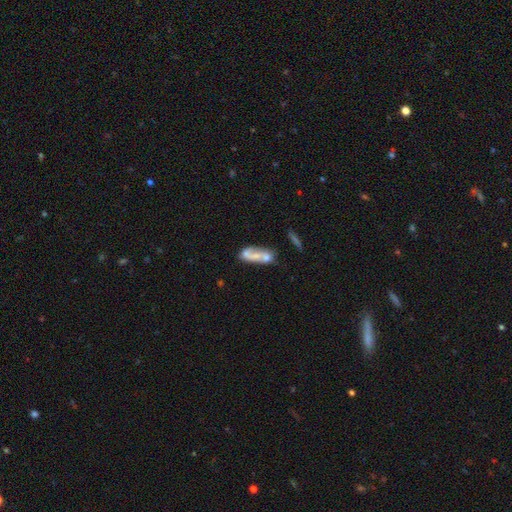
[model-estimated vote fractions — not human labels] smooth-or-featured: smooth: 48% | featured or disk: 44% | star or artifact: 9%
  merging: merger: 43% | none: 27% | minor disturbance: 16% | major disturbance: 14%